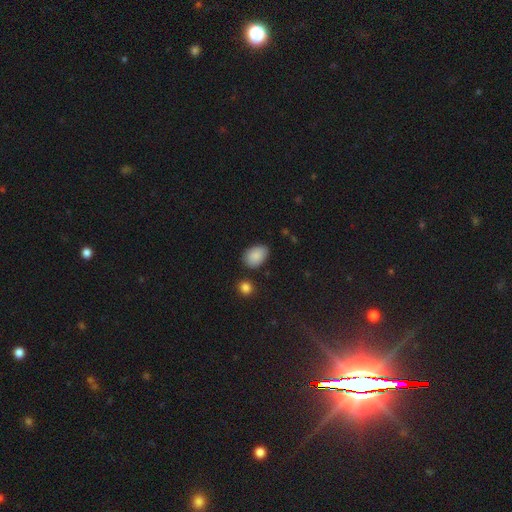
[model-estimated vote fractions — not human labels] This appears to be a smooth galaxy with no disk features (87%) that is in between round and cigar-shaped (86%). Merging: none (73%).